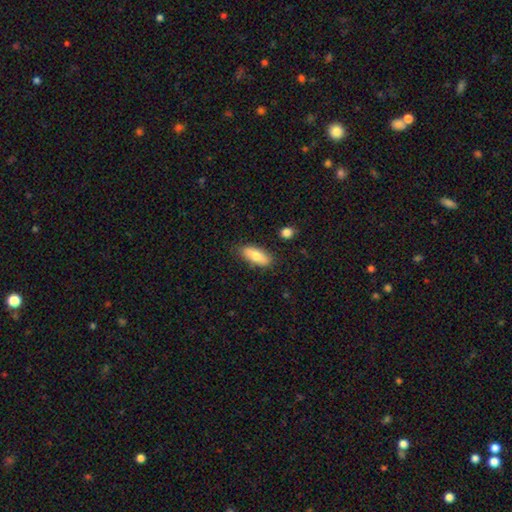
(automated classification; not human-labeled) Q: Smooth or featured?
A: smooth (74%); runner-up: featured or disk (19%)
Q: How rounded?
A: in between (76%); runner-up: cigar-shaped (22%)
Q: Merging?
A: none (82%); runner-up: minor disturbance (13%)